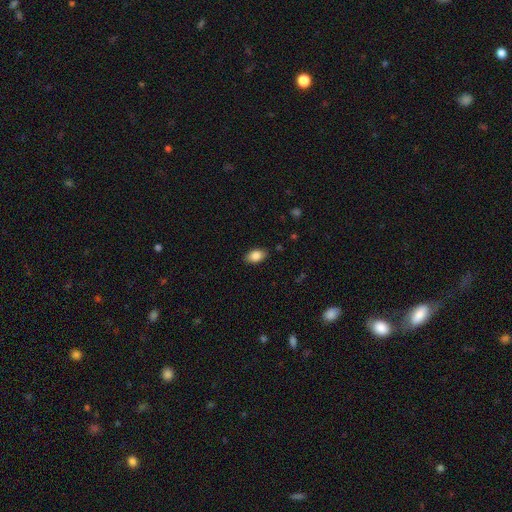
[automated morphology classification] type=smooth (86%); roundness=in between (90%); merging=none (86%).